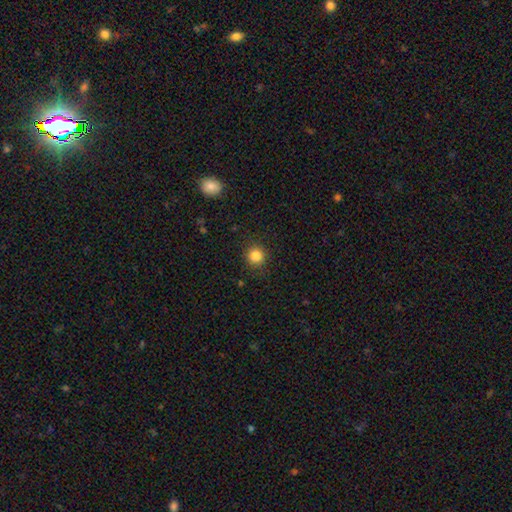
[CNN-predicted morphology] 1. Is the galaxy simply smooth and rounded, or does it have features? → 84% smooth, 12% star or artifact, 4% featured or disk.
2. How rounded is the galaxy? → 93% round, 6% in between, 1% cigar-shaped.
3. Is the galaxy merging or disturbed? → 89% none, 7% minor disturbance, 3% major disturbance, 1% merger.